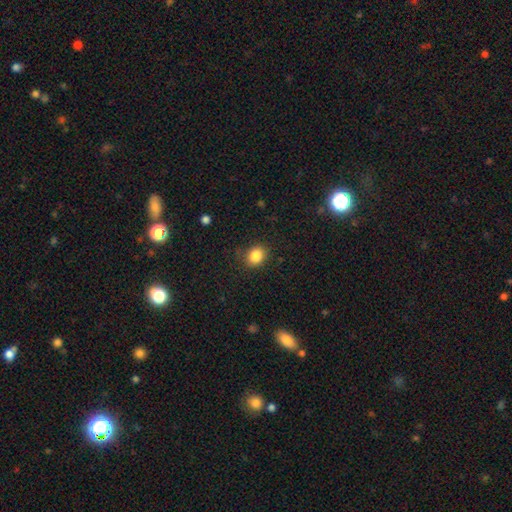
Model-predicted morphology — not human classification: Q: Smooth or featured?
A: smooth (85%); runner-up: star or artifact (10%)
Q: How rounded?
A: round (61%); runner-up: in between (38%)
Q: Merging?
A: none (84%); runner-up: minor disturbance (12%)